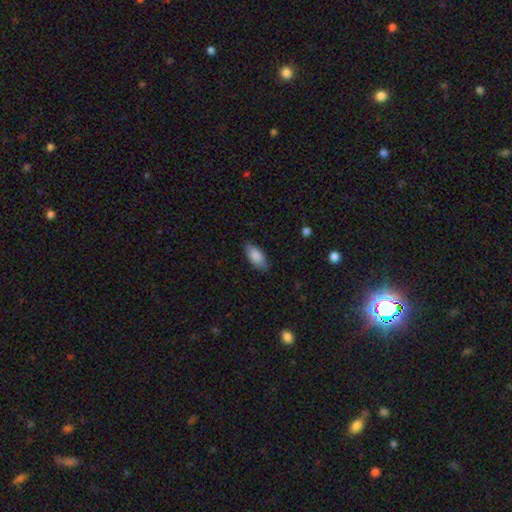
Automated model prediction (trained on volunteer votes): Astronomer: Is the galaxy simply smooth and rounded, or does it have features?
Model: smooth — 87%.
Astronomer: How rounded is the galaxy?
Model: in between — 90%.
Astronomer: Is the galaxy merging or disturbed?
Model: none — 82%.